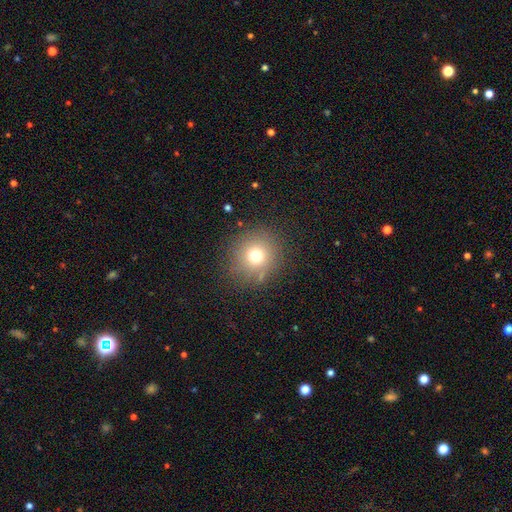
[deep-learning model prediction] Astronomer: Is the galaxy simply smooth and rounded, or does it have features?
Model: smooth — 70%.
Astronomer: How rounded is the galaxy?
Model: round — 90%.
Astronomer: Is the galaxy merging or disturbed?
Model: none — 83%.